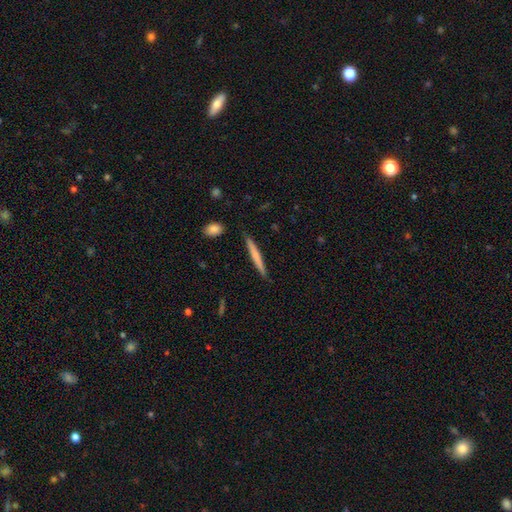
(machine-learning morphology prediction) smooth 61%, featured or disk 33%, star or artifact 6%. Down the decision tree: how rounded — cigar-shaped (96%); merging — none (89%).